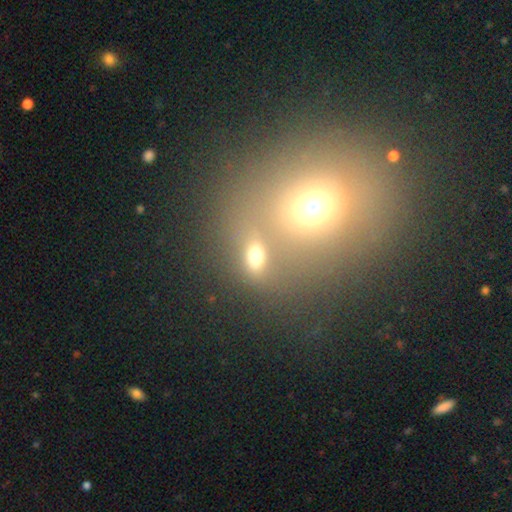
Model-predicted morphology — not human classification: type=smooth (64%); roundness=in between (63%); merging=none (61%).